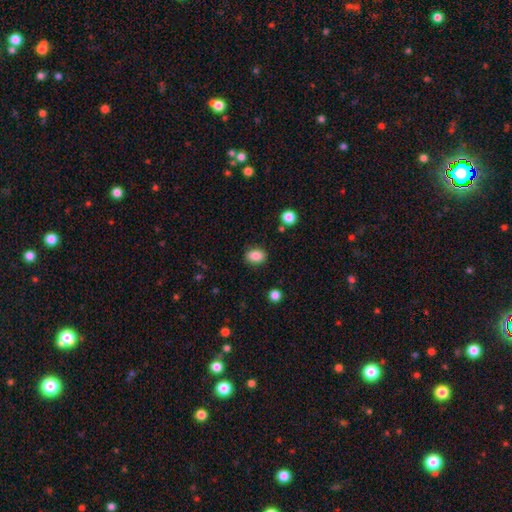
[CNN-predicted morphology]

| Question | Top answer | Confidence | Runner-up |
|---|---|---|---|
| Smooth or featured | smooth | 87% | star or artifact (9%) |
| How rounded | in between | 73% | round (26%) |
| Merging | none | 86% | minor disturbance (9%) |